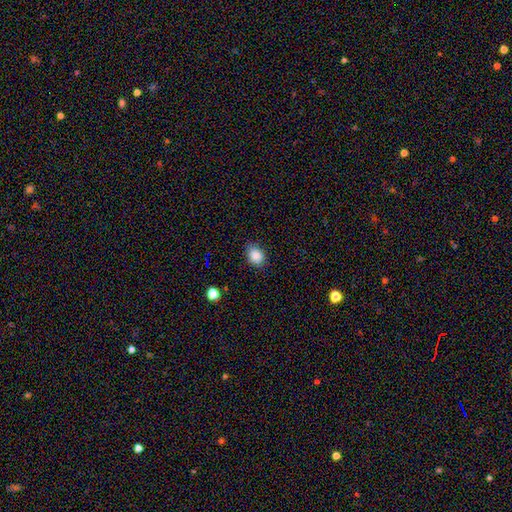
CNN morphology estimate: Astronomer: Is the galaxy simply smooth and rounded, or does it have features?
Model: smooth — 86%.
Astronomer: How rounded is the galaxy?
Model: in between — 58% (runner-up: round, 41%).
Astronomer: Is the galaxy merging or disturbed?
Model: none — 81%.